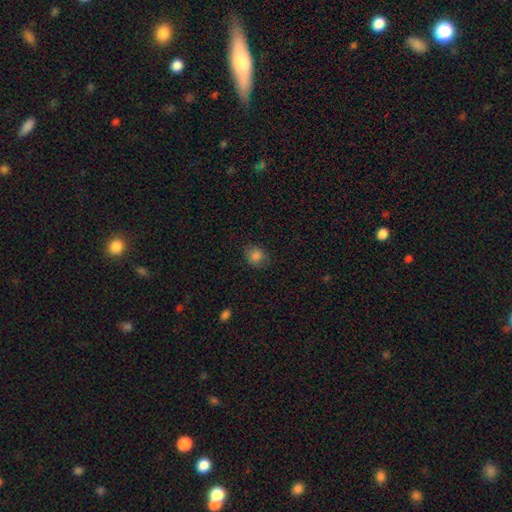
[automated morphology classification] This appears to be a smooth galaxy with no disk features (84%) that is round (77%). Merging: none (80%).